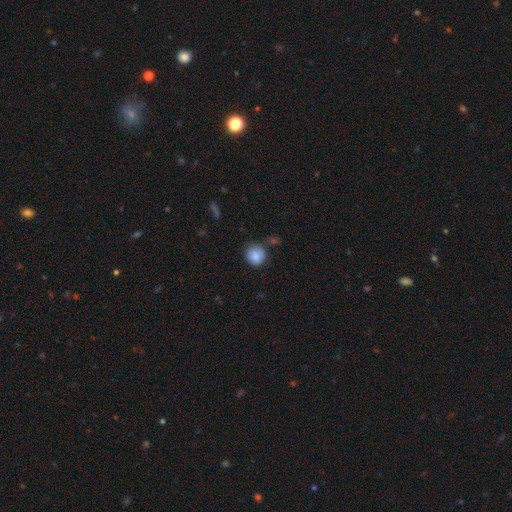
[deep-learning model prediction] Smooth or featured? Predicted: smooth (p=0.85). How rounded? Predicted: round (p=0.87). Merging? Predicted: none (p=0.68).